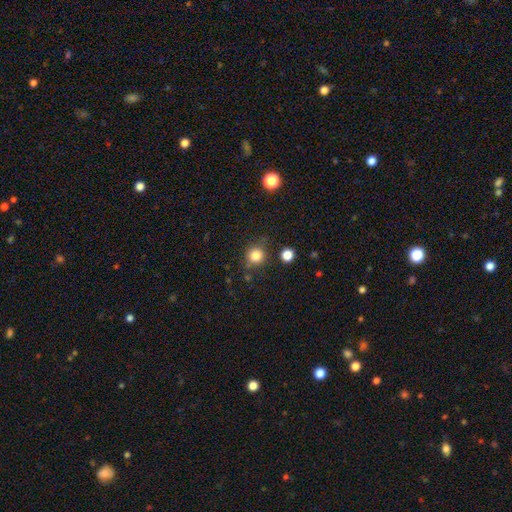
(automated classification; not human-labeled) smooth_or_featured: smooth (p=0.82) [alt: star or artifact p=0.12]
how_rounded: round (p=0.89) [alt: in between p=0.10]
merging: none (p=0.76) [alt: minor disturbance p=0.14]